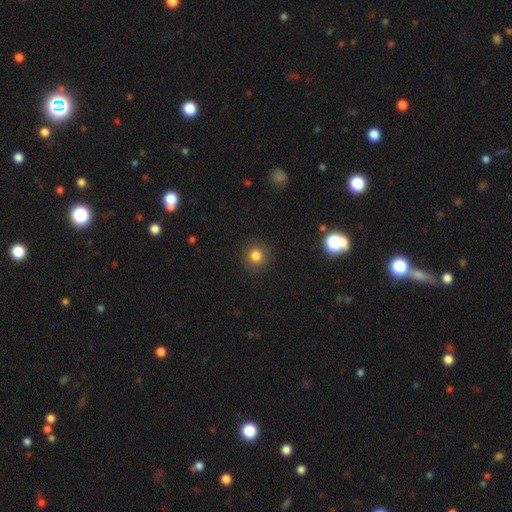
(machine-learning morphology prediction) The model was most divided on "smooth or featured": smooth: 81%, star or artifact: 13%, featured or disk: 6%. More confident: how rounded — round (92%); merging — none (90%).